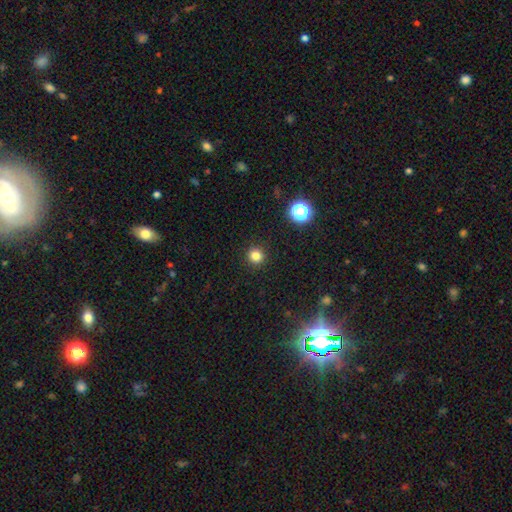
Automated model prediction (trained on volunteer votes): A smooth galaxy with no disk features (81%) that is round (94%). Merging: none (92%).